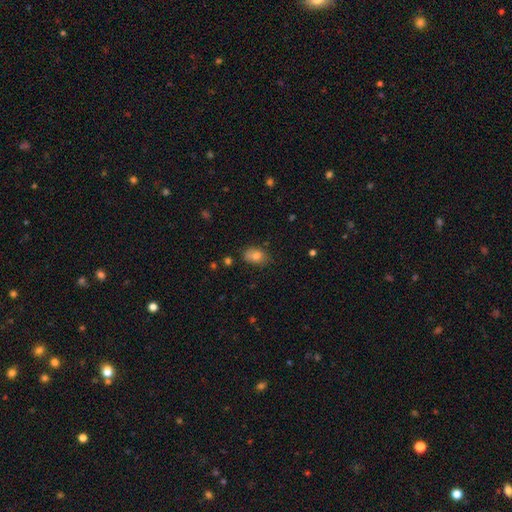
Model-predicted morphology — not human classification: Smooth or featured? smooth (79%)
How rounded? in between (81%)
Merging? none (67%)